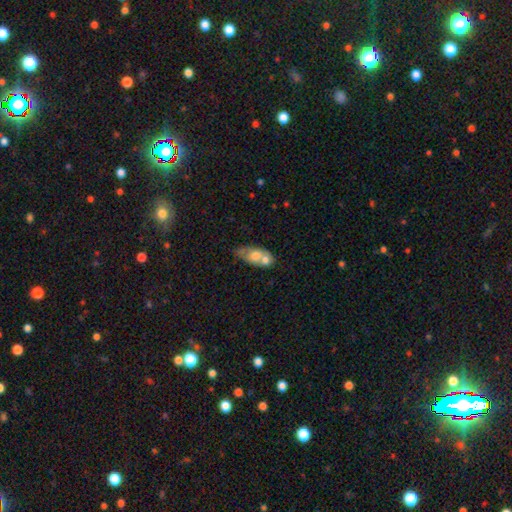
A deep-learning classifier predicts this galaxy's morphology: The model was most divided on "merging": merger: 53%, none: 27%, minor disturbance: 14%, major disturbance: 7%. More confident: how rounded — in between (78%); smooth or featured — smooth (60%).